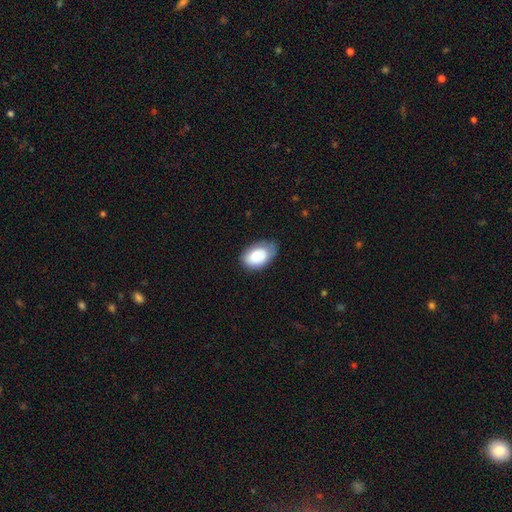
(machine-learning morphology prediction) smooth-or-featured: smooth: 72% | featured or disk: 21% | star or artifact: 7%
  how-rounded: in between: 88% | round: 11% | cigar-shaped: 1%
  merging: none: 54% | minor disturbance: 33% | major disturbance: 10% | merger: 3%